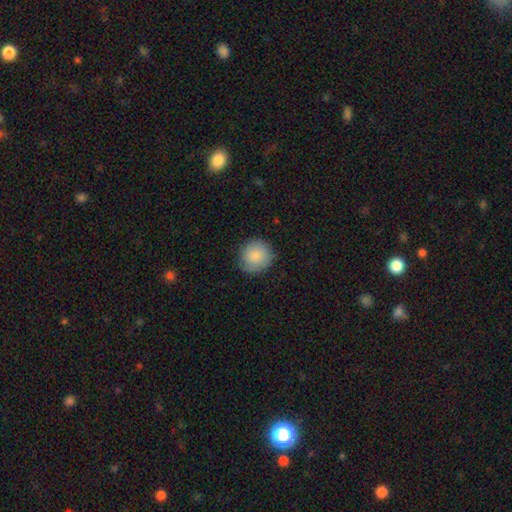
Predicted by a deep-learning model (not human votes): smooth_or_featured: smooth (p=0.82) [alt: featured or disk p=0.11]
how_rounded: round (p=0.92) [alt: in between p=0.07]
merging: none (p=0.82) [alt: minor disturbance p=0.14]